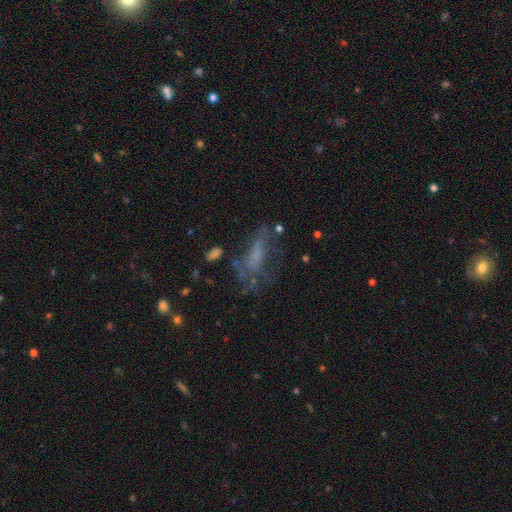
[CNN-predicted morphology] This appears to be a featured or disk galaxy (44%). Merging: none (43%).